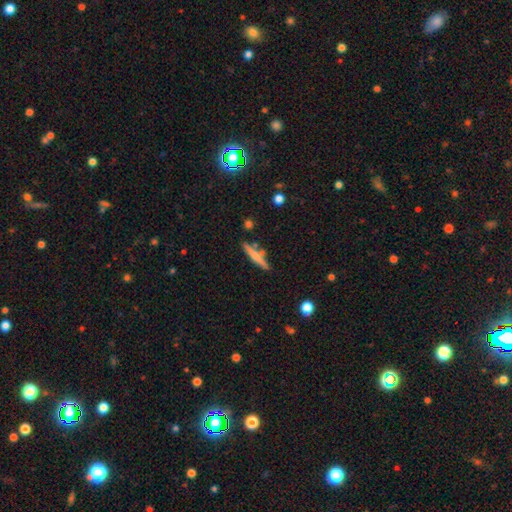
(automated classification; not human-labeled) Q: Smooth or featured?
A: smooth (54%); runner-up: featured or disk (40%)
Q: How rounded?
A: cigar-shaped (91%); runner-up: in between (7%)
Q: Merging?
A: none (77%); runner-up: minor disturbance (11%)